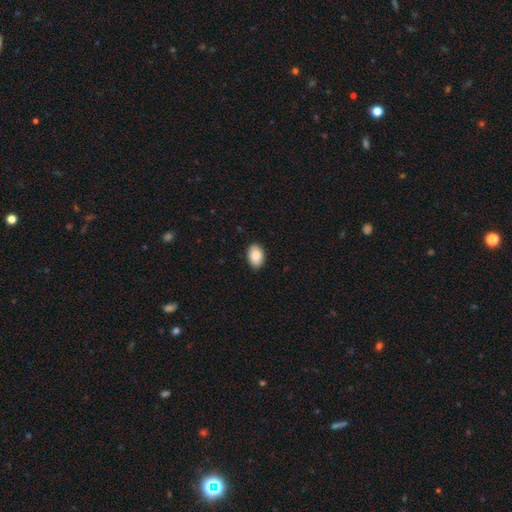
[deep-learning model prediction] Morphology: type=smooth (89%); roundness=in between (87%); merging=none (88%).